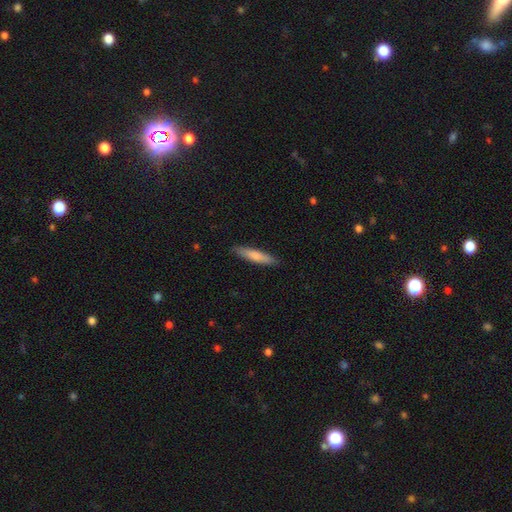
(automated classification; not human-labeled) Smooth or featured? Predicted: smooth (p=0.76). How rounded? Predicted: cigar-shaped (p=0.85). Merging? Predicted: none (p=0.88).